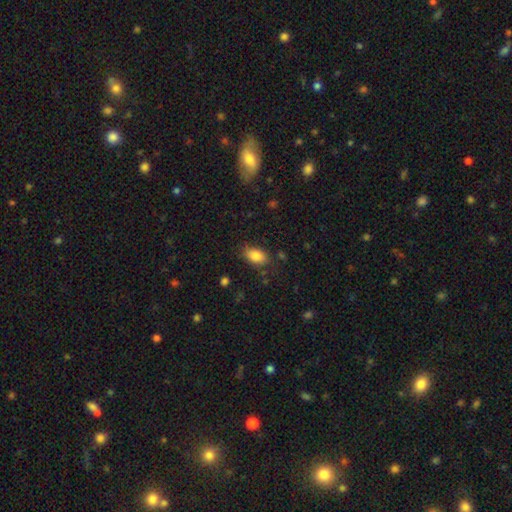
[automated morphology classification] Smooth or featured? Predicted: smooth (p=0.85). How rounded? Predicted: in between (p=0.89). Merging? Predicted: none (p=0.78).